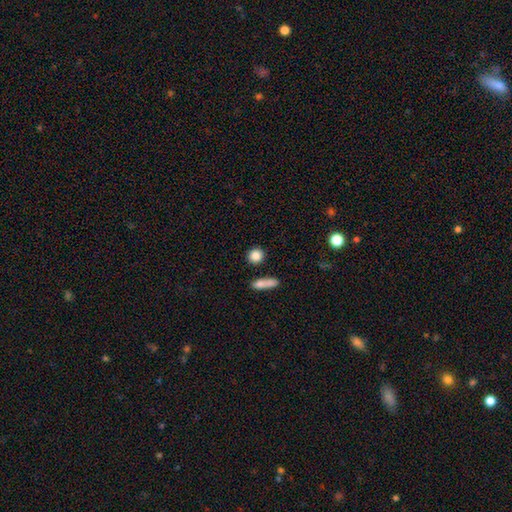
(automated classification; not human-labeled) smooth 86%, star or artifact 9%, featured or disk 5%. Down the decision tree: how rounded — round (87%); merging — none (83%).